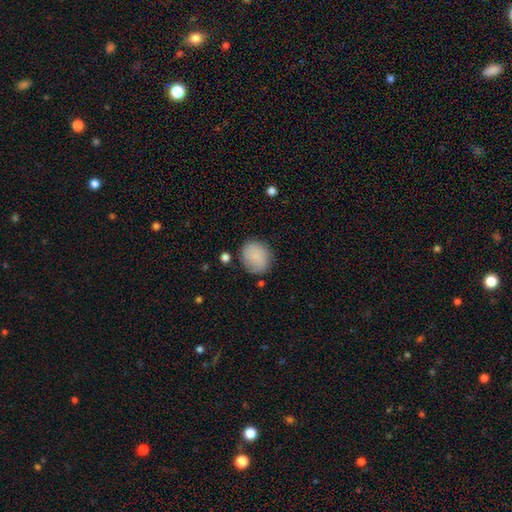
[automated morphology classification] smooth-or-featured: smooth: 85% | featured or disk: 7% | star or artifact: 7%
  how-rounded: round: 74% | in between: 25% | cigar-shaped: 1%
  merging: none: 76% | minor disturbance: 17% | major disturbance: 5% | merger: 3%